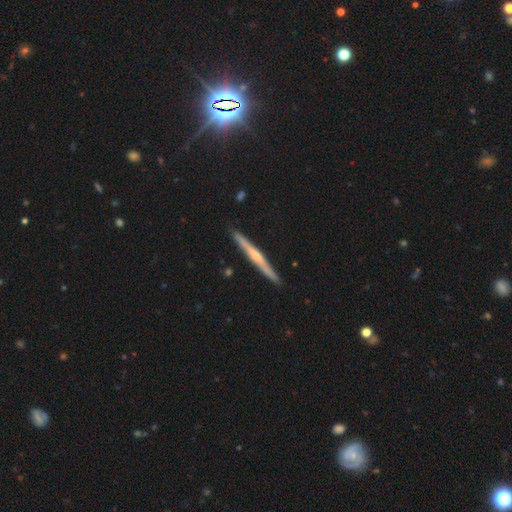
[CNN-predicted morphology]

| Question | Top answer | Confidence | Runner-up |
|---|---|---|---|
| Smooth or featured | featured or disk | 71% | smooth (24%) |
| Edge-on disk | yes | 98% | no (2%) |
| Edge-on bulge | rounded | 68% | none (27%) |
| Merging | none | 91% | minor disturbance (7%) |